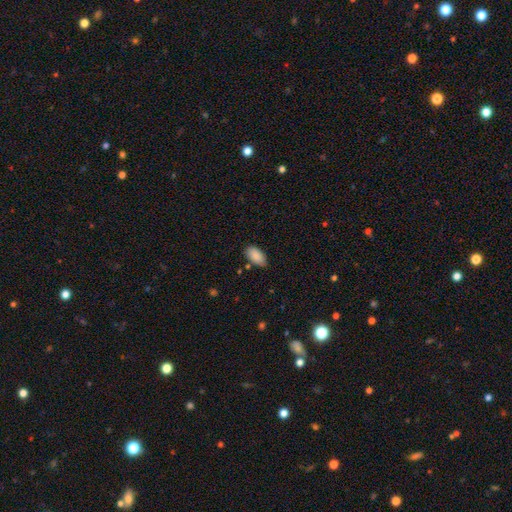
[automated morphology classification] The model was most divided on "merging": none: 77%, minor disturbance: 17%, major disturbance: 3%, merger: 2%. More confident: how rounded — in between (94%); smooth or featured — smooth (88%).